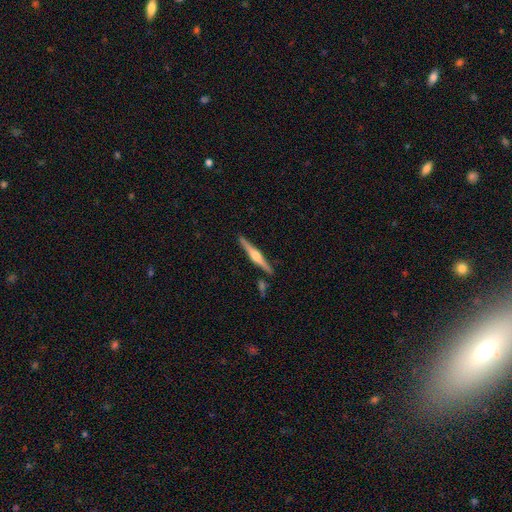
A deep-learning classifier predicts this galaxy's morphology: Overall: featured or disk (75%). Edge-on disk: yes (98%). Edge-on bulge: rounded (91%). Merging: none (87%).